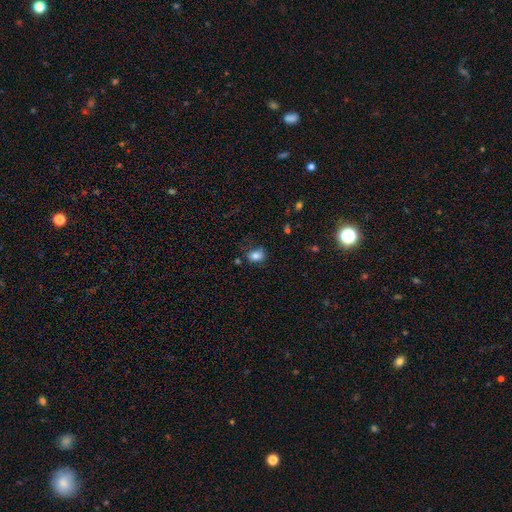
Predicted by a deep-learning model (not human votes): Smooth or featured? smooth (83%)
How rounded? in between (68%)
Merging? none (69%)